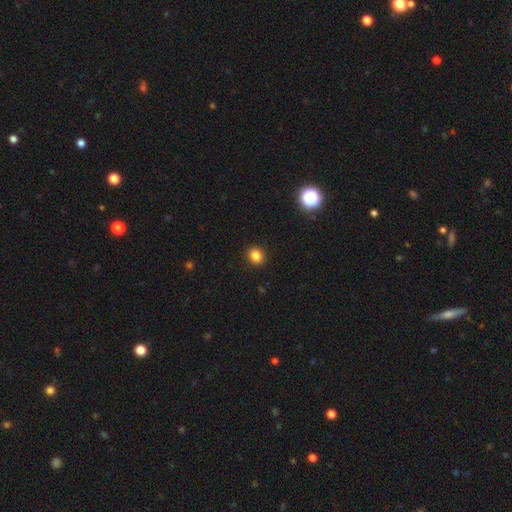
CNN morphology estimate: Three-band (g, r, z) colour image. It shows a smooth galaxy with no disk features (84%) that is round (73%). Merging: none (92%).